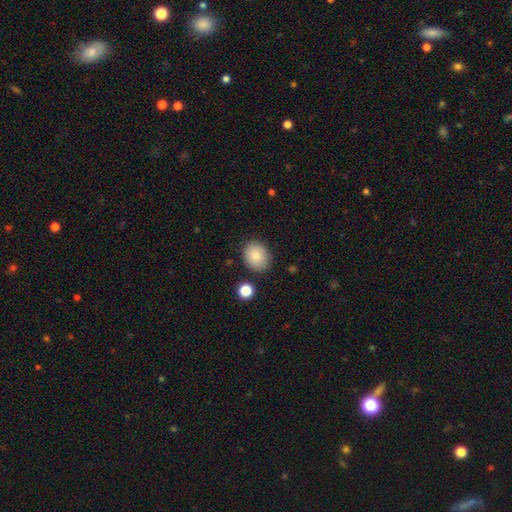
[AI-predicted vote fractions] smooth_or_featured: smooth (p=0.84) [alt: star or artifact p=0.08]
how_rounded: round (p=0.59) [alt: in between p=0.40]
merging: none (p=0.84) [alt: minor disturbance p=0.11]